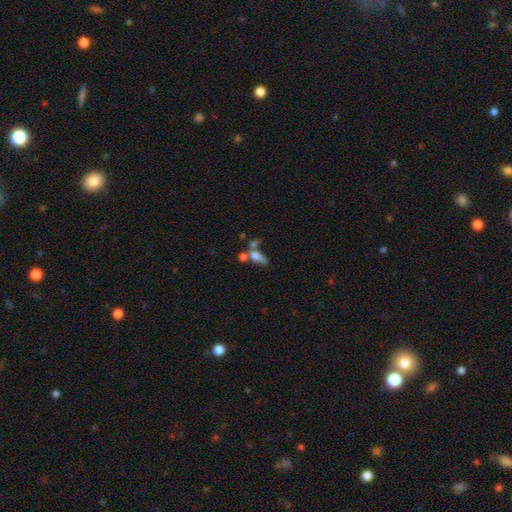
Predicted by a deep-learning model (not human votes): The model was most divided on "merging": merger: 44%, none: 27%, major disturbance: 16%, minor disturbance: 13%. More confident: how rounded — in between (66%); smooth or featured — smooth (65%).